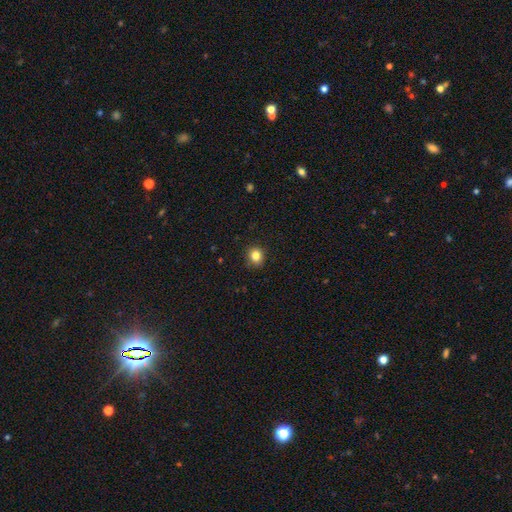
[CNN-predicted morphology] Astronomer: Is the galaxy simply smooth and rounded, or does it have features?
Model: smooth — 83%.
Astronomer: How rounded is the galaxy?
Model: round — 81%.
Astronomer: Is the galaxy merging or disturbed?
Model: none — 89%.